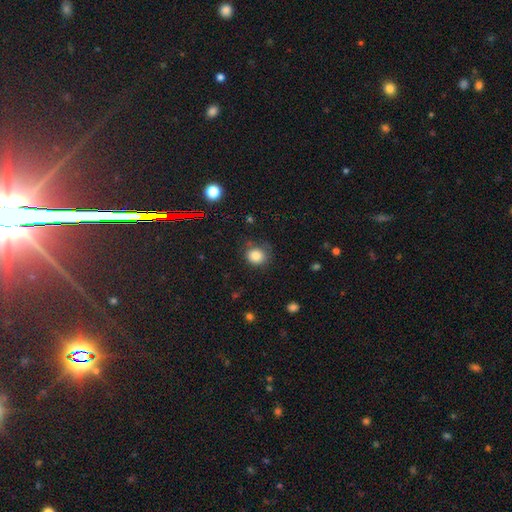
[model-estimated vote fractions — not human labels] Smooth or featured? smooth (83%)
How rounded? round (81%)
Merging? none (73%)